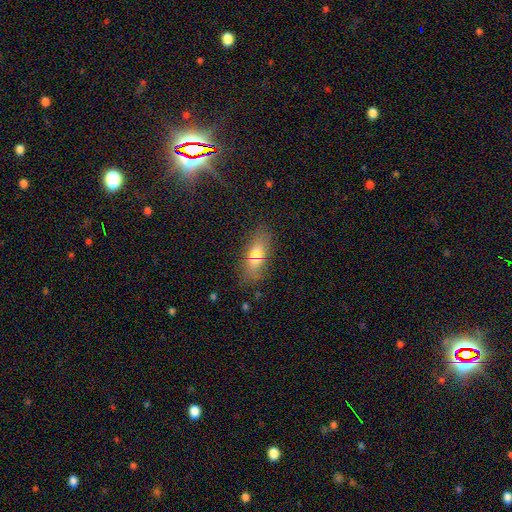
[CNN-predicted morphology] type=smooth (65%); roundness=in between (76%); merging=none (84%).